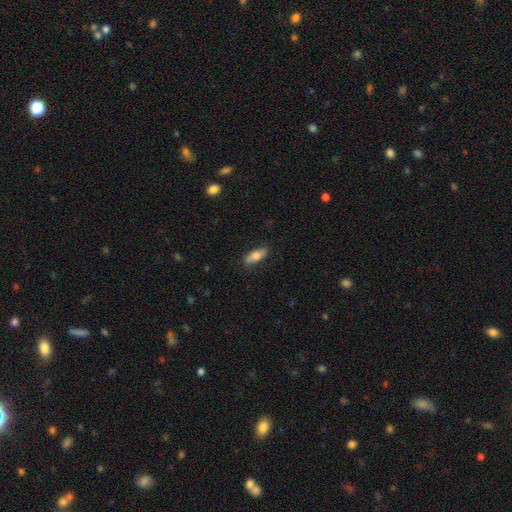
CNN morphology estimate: Smooth or featured: smooth — 69% (featured or disk — 25%)
How rounded: in between — 68% (cigar-shaped — 29%)
Merging: none — 81% (minor disturbance — 15%)